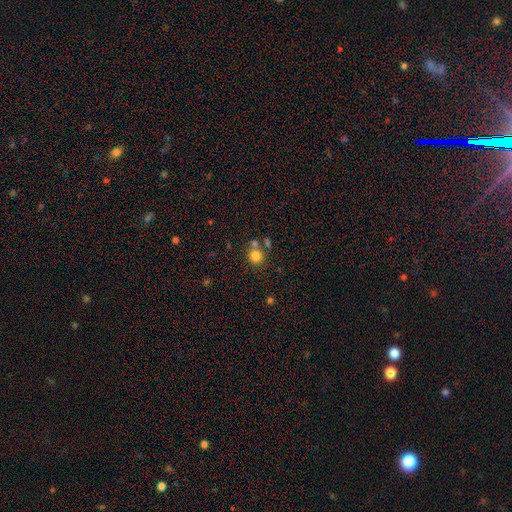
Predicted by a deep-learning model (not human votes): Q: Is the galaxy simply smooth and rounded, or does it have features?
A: smooth — 81%.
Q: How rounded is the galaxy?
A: round — 89%.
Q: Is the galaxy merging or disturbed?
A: none — 66%.